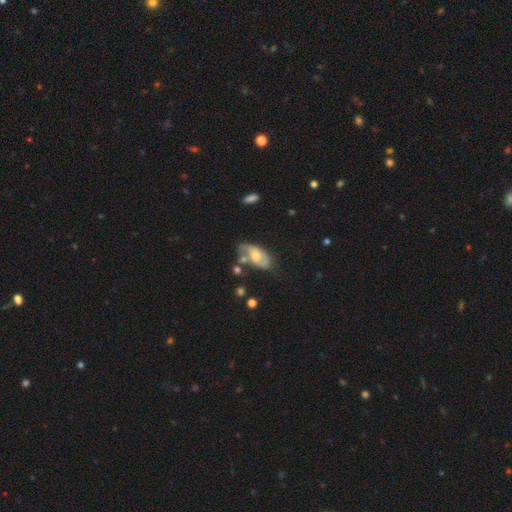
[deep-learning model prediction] Morphology: type=featured or disk (50%); merging=none (46%).